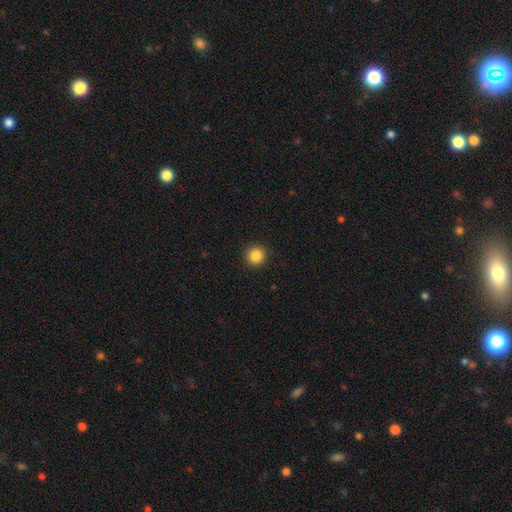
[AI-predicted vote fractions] Smooth or featured?
  - smooth: 86% *
  - star or artifact: 10%
  - featured or disk: 3%
How rounded?
  - round: 94% *
  - in between: 5%
  - cigar-shaped: 1%
Merging?
  - none: 92% *
  - minor disturbance: 5%
  - major disturbance: 2%
  - merger: 1%